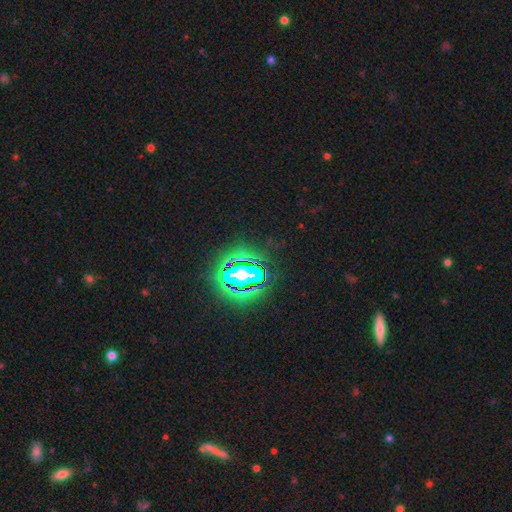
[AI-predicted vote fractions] Morphology: type=star or artifact (78%).